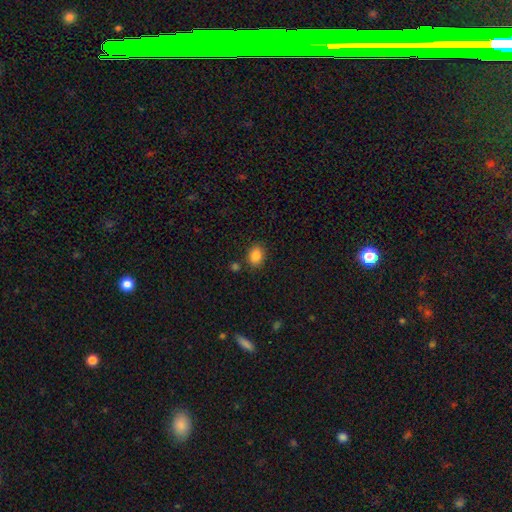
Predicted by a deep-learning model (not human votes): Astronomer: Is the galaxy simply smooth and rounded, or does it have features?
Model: smooth — 86%.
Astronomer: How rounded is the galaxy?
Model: in between — 62%.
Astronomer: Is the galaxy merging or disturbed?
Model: none — 80%.